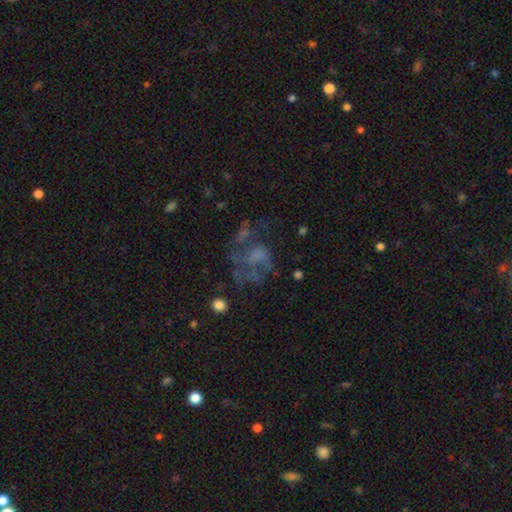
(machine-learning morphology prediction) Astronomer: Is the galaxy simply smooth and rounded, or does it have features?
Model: featured or disk — 51% (runner-up: smooth, 30%).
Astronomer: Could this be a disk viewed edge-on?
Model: no — 98%.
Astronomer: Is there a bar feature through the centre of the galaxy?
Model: no — 81%.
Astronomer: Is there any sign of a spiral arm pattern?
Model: no — 67%.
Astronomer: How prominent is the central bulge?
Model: none — 57%.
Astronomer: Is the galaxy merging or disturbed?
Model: major disturbance — 40% (runner-up: none, 36%).